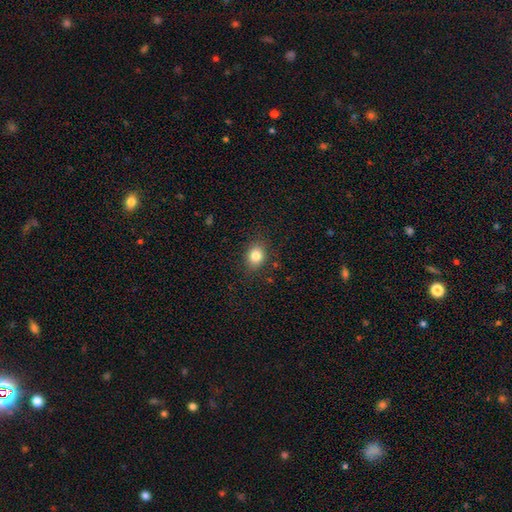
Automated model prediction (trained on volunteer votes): smooth_or_featured: smooth (p=0.81) [alt: star or artifact p=0.11]
how_rounded: round (p=0.51) [alt: in between p=0.48]
merging: none (p=0.85) [alt: minor disturbance p=0.10]